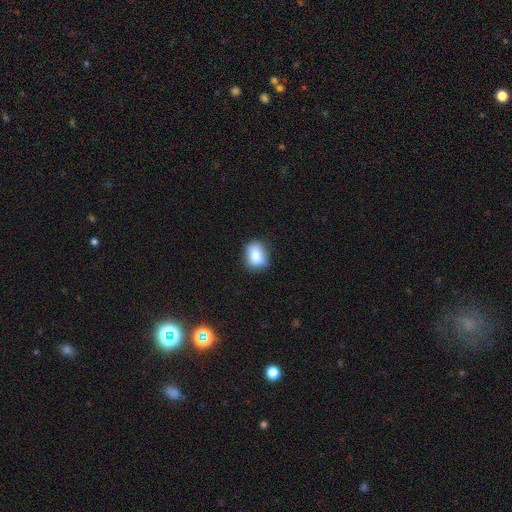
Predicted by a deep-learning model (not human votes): smooth-or-featured: smooth: 83% | star or artifact: 9% | featured or disk: 8%
  how-rounded: in between: 61% | round: 37% | cigar-shaped: 2%
  merging: none: 68% | minor disturbance: 25% | major disturbance: 5% | merger: 2%